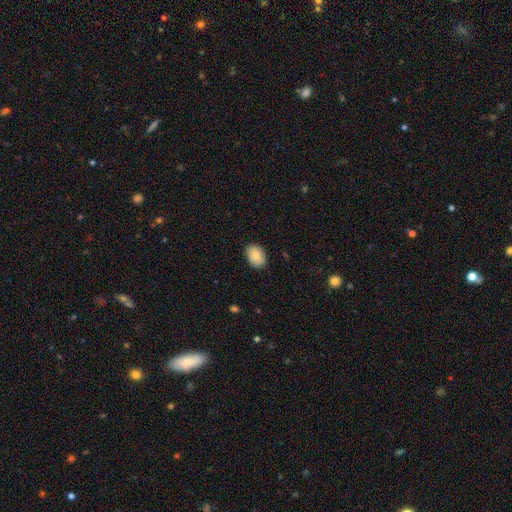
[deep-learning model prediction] A smooth galaxy with no disk features (83%) that is in between round and cigar-shaped (78%). Merging: none (88%).